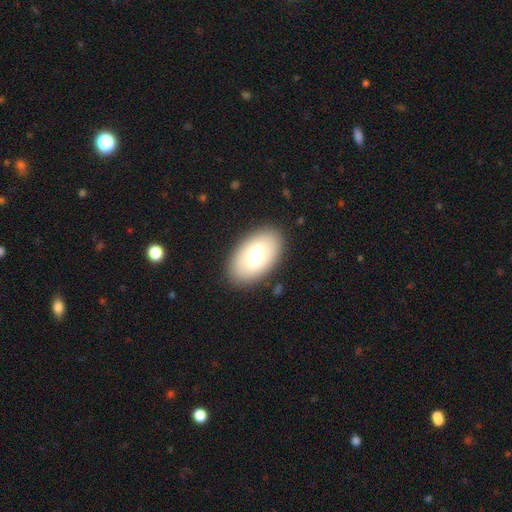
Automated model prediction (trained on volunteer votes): Smooth or featured: smooth — 61% (featured or disk — 32%)
How rounded: in between — 92% (round — 6%)
Merging: none — 86% (minor disturbance — 10%)